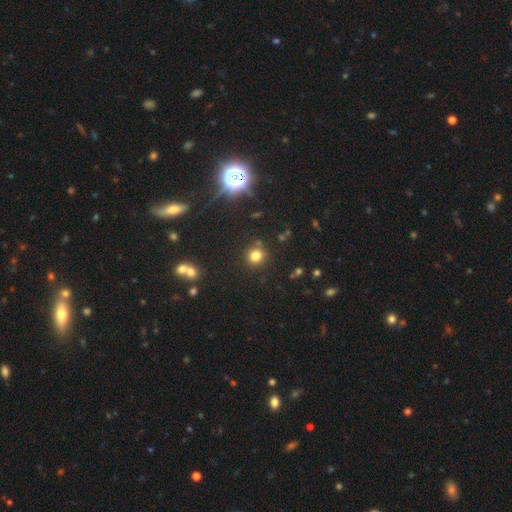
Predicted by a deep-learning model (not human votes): A smooth galaxy with no disk features (76%) that is round (89%).

Vote fractions:
- Smooth or featured? smooth: 76% / star or artifact: 18% / featured or disk: 7%
- How rounded? round: 89% / in between: 10% / cigar-shaped: 1%
- Merging? none: 82% / minor disturbance: 9% / merger: 6% / major disturbance: 3%